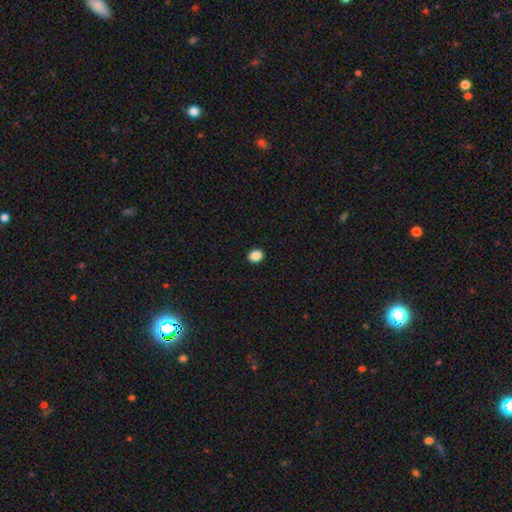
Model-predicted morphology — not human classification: A smooth galaxy with no disk features (89%) that is round (56%).

Vote fractions:
- Smooth or featured? smooth: 89% / star or artifact: 9% / featured or disk: 3%
- How rounded? round: 56% / in between: 43% / cigar-shaped: 1%
- Merging? none: 92% / minor disturbance: 5% / major disturbance: 2% / merger: 1%